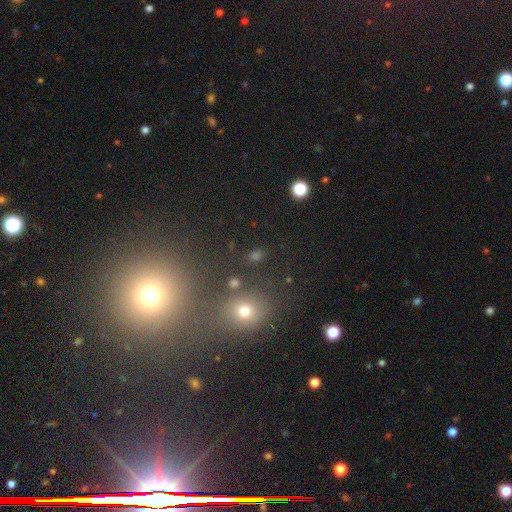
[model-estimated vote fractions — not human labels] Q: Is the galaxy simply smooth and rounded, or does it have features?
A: smooth — 46%.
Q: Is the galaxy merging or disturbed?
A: none — 76%.